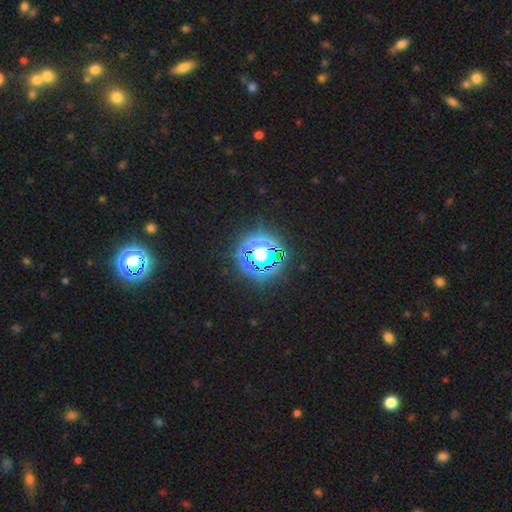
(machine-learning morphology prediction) star or artifact 69%, smooth 22%, featured or disk 10%.